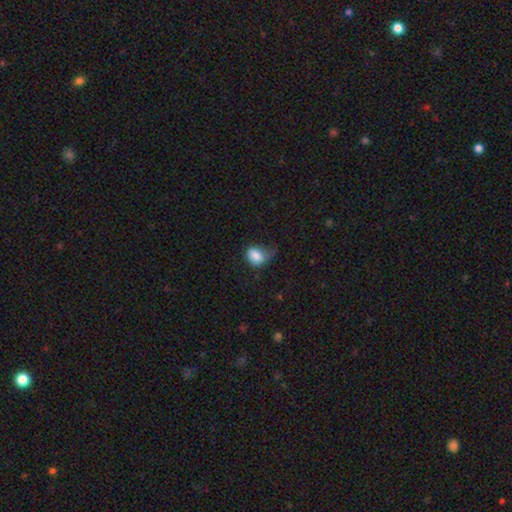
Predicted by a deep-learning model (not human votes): Smooth or featured?
  - smooth: 81% *
  - featured or disk: 11%
  - star or artifact: 8%
How rounded?
  - in between: 68% *
  - round: 31%
  - cigar-shaped: 1%
Merging?
  - minor disturbance: 36% *
  - major disturbance: 33%
  - none: 29%
  - merger: 3%